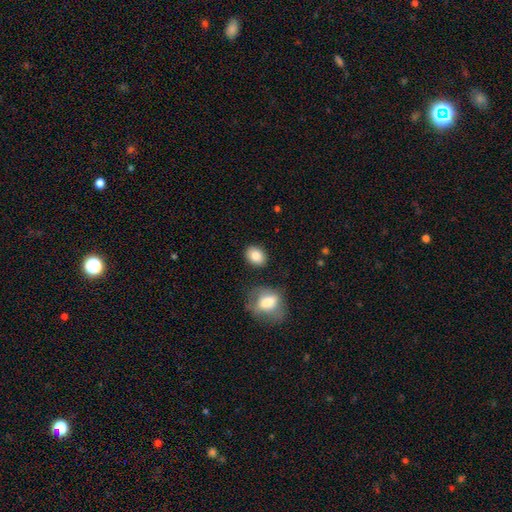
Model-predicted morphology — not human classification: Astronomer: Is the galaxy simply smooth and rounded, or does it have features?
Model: smooth — 84%.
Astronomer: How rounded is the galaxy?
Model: in between — 65%.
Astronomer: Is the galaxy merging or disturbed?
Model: none — 84%.